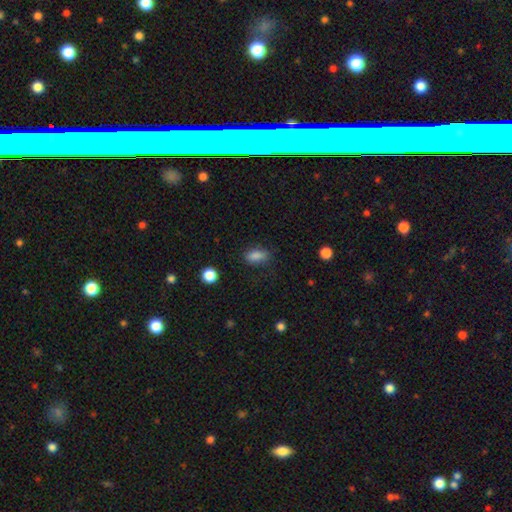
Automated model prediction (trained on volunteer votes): Q: Smooth or featured?
A: smooth (85%); runner-up: star or artifact (10%)
Q: How rounded?
A: in between (86%); runner-up: round (8%)
Q: Merging?
A: none (76%); runner-up: minor disturbance (17%)